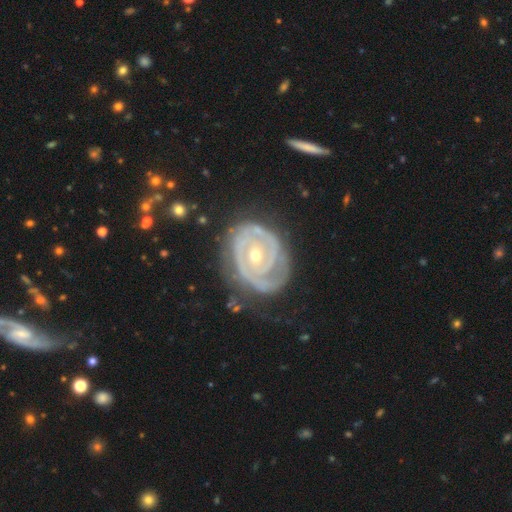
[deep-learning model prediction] Smooth or featured? featured or disk (87%)
Edge-on disk? no (97%)
Bar? no (63%)
Spiral arms? yes (91%)
Spiral winding? tight (76%)
Spiral arm count? 2 (36%)
Bulge size? moderate (51%)
Merging? none (60%)